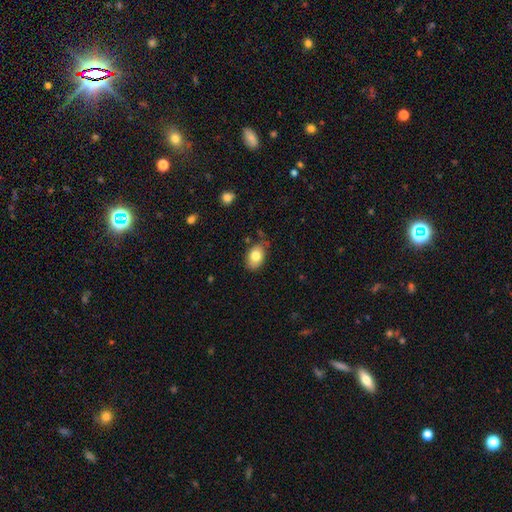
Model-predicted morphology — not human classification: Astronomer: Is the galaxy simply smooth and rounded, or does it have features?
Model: smooth — 80%.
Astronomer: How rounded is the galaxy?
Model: in between — 84%.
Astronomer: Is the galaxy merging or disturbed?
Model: none — 72%.